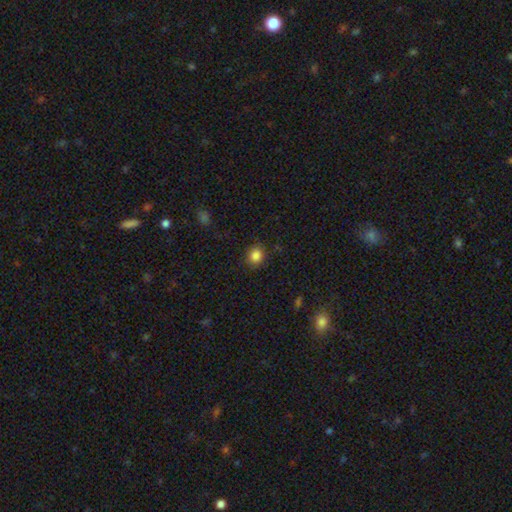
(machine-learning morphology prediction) type=smooth (85%); roundness=round (73%); merging=none (86%).